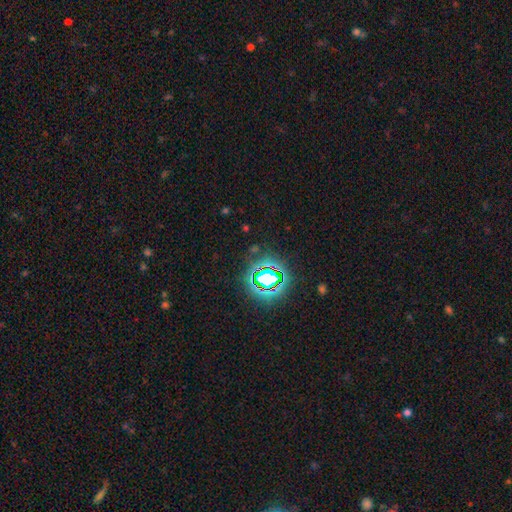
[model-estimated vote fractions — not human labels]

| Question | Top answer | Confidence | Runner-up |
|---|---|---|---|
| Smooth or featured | star or artifact | 80% | smooth (13%) |